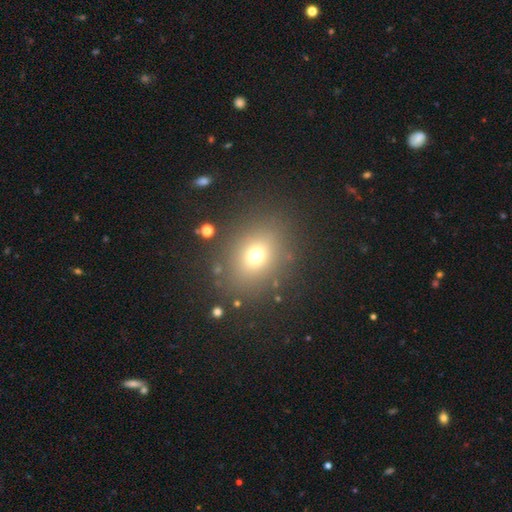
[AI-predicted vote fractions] Smooth or featured?
  - smooth: 68% *
  - star or artifact: 20%
  - featured or disk: 12%
How rounded?
  - round: 58% *
  - in between: 41%
  - cigar-shaped: 1%
Merging?
  - none: 84% *
  - minor disturbance: 9%
  - major disturbance: 5%
  - merger: 2%